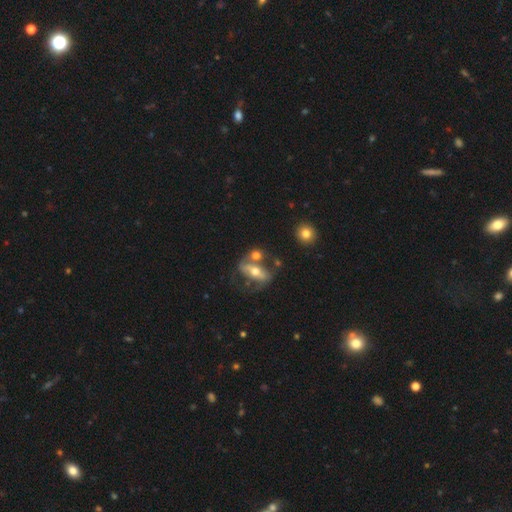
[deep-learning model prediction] featured or disk 44%, smooth 31%, star or artifact 25%. Down the decision tree: merging — none (45%).